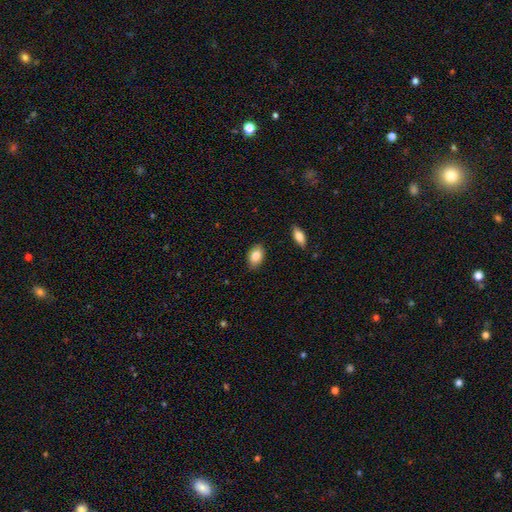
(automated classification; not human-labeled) Smooth or featured? smooth (83%)
How rounded? in between (88%)
Merging? none (87%)